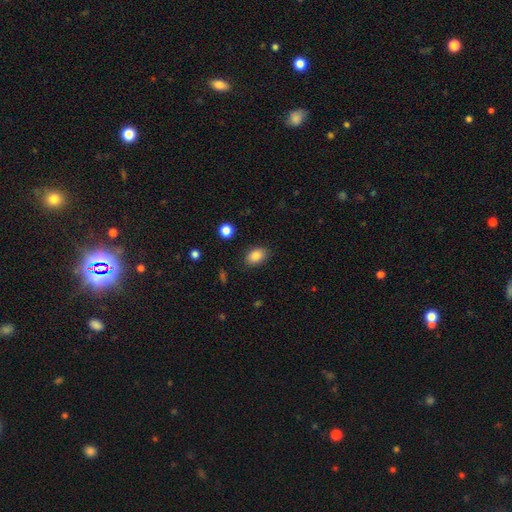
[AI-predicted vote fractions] A smooth galaxy with no disk features (85%) that is in between round and cigar-shaped (83%). Merging: none (85%).